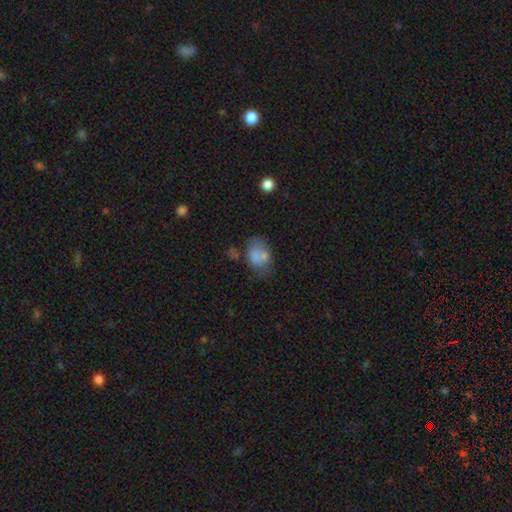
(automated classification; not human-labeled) This is likely a smooth galaxy (70%). How rounded: likely in between (74%). Merging: marginally none (41%).